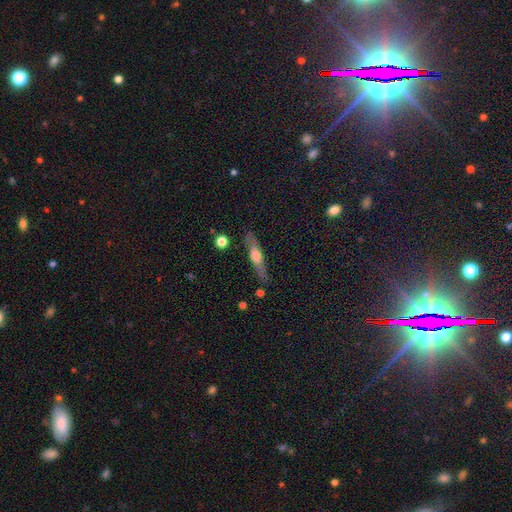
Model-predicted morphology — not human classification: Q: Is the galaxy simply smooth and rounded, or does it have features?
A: featured or disk — 51%.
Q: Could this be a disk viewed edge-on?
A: yes — 86%.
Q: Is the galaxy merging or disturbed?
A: none — 80%.